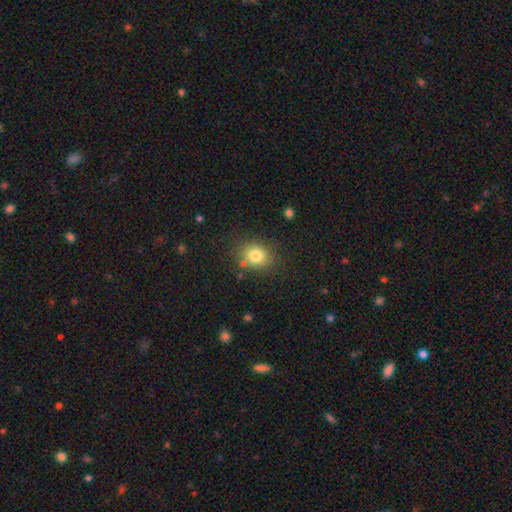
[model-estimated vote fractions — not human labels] Smooth or featured: smooth — 80% (star or artifact — 11%)
How rounded: round — 57% (in between — 42%)
Merging: none — 80% (minor disturbance — 12%)